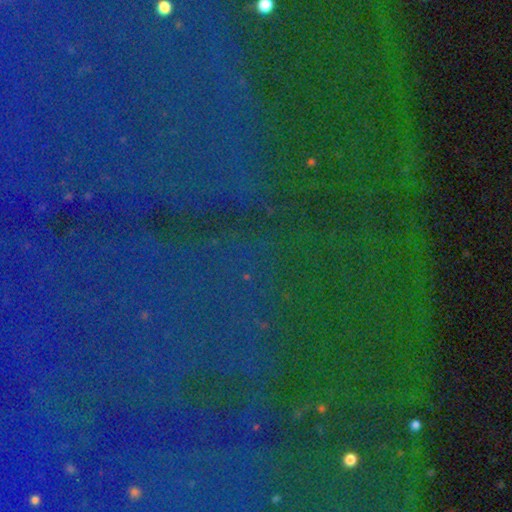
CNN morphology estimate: Smooth or featured? Predicted: star or artifact (p=0.82).